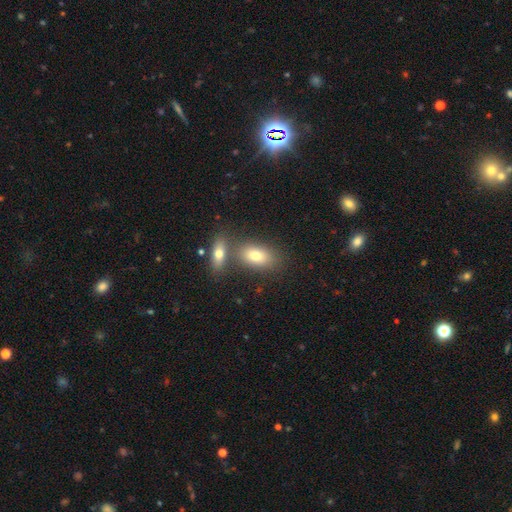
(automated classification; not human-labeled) Smooth or featured: smooth — 75% (featured or disk — 16%)
How rounded: in between — 87% (round — 8%)
Merging: none — 56% (merger — 30%)